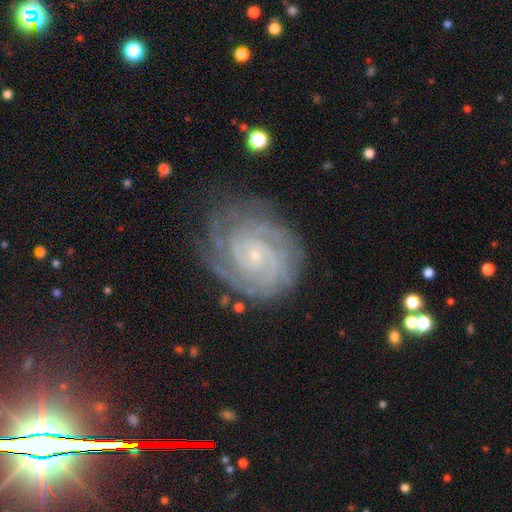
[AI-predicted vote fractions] A featured or disk galaxy (89%) with no bar (72%), 2 (28%) tight (81%) spiral arms (98%) and a small central bulge (85%). Merging: none (76%).